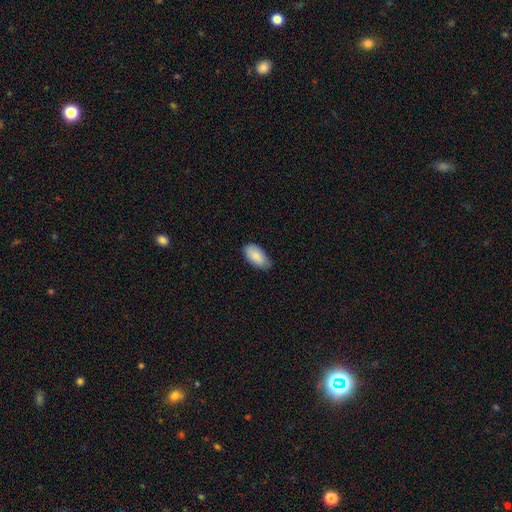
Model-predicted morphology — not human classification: Smooth or featured: smooth — 87% (featured or disk — 7%)
How rounded: in between — 95% (cigar-shaped — 3%)
Merging: none — 73% (minor disturbance — 23%)